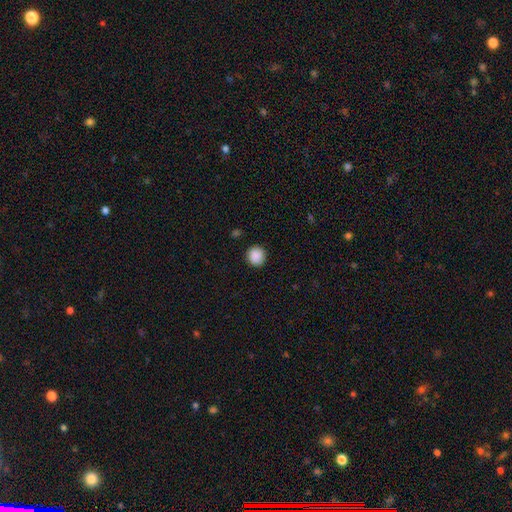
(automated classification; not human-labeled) The model was most divided on "smooth or featured": smooth: 89%, star or artifact: 9%, featured or disk: 3%. More confident: how rounded — round (91%); merging — none (89%).